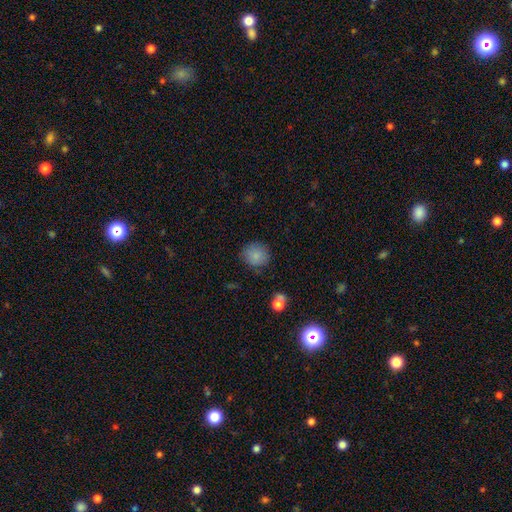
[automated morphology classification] Q: Smooth or featured?
A: smooth (83%); runner-up: star or artifact (10%)
Q: How rounded?
A: round (86%); runner-up: in between (13%)
Q: Merging?
A: none (81%); runner-up: minor disturbance (13%)